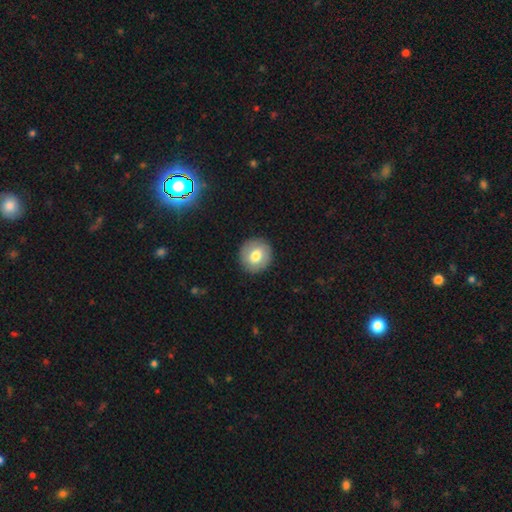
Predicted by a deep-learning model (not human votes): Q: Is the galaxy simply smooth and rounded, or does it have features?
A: smooth — 73%.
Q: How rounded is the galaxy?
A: round — 88%.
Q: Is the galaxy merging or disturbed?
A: none — 90%.